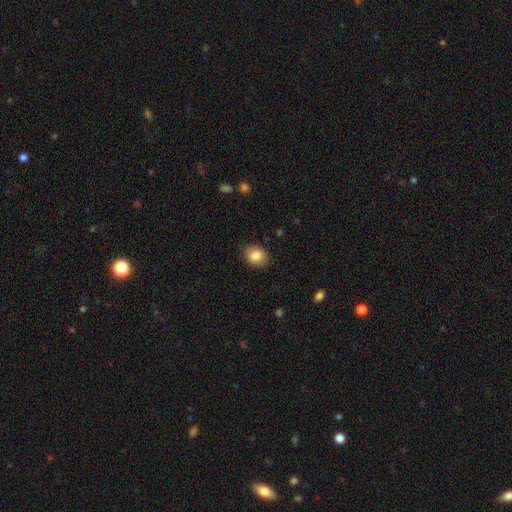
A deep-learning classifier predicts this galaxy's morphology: smooth_or_featured: smooth (p=0.85) [alt: star or artifact p=0.08]
how_rounded: in between (p=0.50) [alt: round p=0.49]
merging: none (p=0.85) [alt: minor disturbance p=0.11]